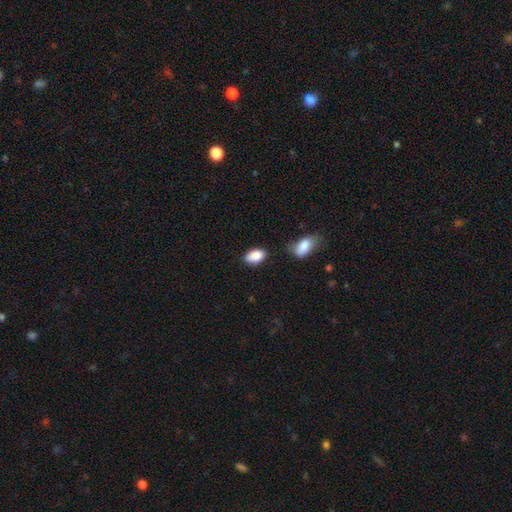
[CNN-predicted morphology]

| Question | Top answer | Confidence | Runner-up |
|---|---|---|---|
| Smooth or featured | smooth | 88% | star or artifact (7%) |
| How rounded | in between | 90% | round (8%) |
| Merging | none | 68% | minor disturbance (20%) |